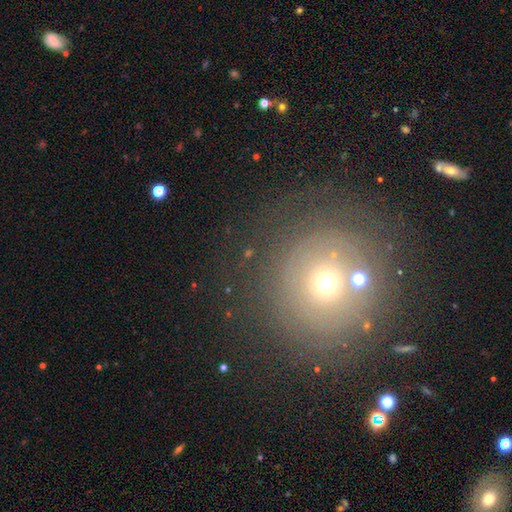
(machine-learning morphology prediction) The model was most divided on "smooth or featured": smooth: 49%, star or artifact: 27%, featured or disk: 24%. More confident: merging — none (78%).